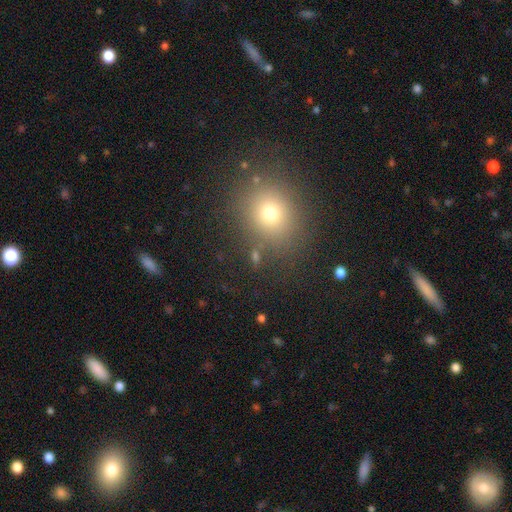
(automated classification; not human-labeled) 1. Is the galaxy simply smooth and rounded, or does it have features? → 66% smooth, 24% star or artifact, 10% featured or disk.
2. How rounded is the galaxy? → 70% round, 28% in between, 2% cigar-shaped.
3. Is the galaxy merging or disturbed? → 80% none, 10% minor disturbance, 6% merger, 4% major disturbance.